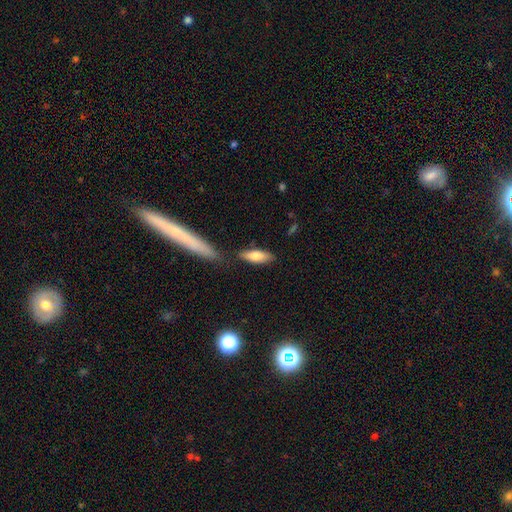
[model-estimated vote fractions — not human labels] Smooth or featured?
  - smooth: 76% *
  - featured or disk: 18%
  - star or artifact: 6%
How rounded?
  - in between: 62% *
  - cigar-shaped: 36%
  - round: 2%
Merging?
  - none: 75% *
  - minor disturbance: 14%
  - merger: 8%
  - major disturbance: 3%